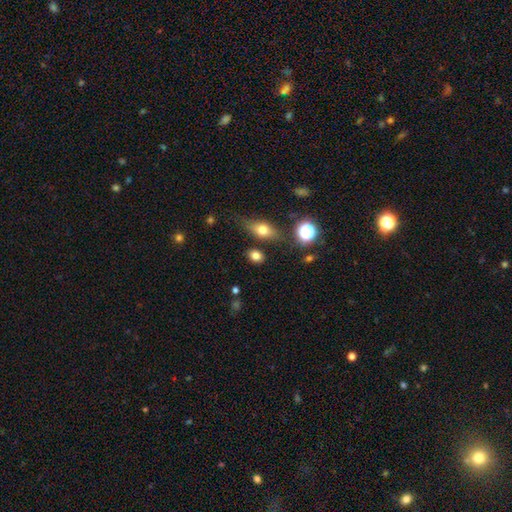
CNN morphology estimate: A smooth galaxy with no disk features (77%) that is in between round and cigar-shaped (64%). Merging: none (78%).